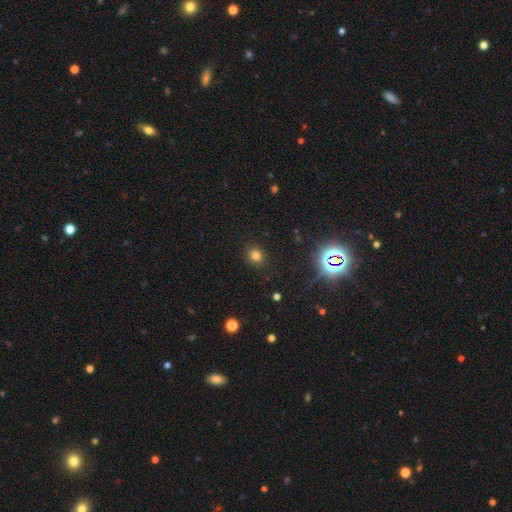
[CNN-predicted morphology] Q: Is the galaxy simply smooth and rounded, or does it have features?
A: smooth — 76%.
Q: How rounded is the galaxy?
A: round — 81%.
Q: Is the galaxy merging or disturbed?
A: none — 88%.